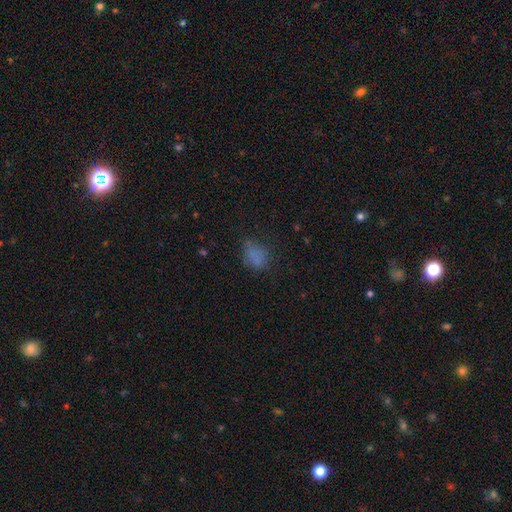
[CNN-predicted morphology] Smooth or featured? Predicted: smooth (p=0.69). How rounded? Predicted: in between (p=0.63). Merging? Predicted: none (p=0.55).